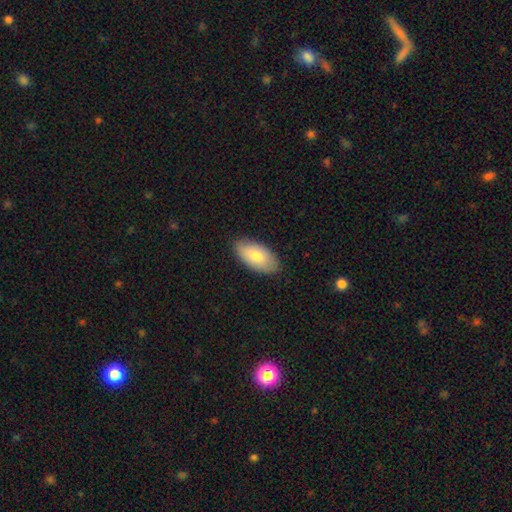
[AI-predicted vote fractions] This is likely a smooth galaxy (76%). How rounded: clearly in between (94%). Merging: clearly none (85%).